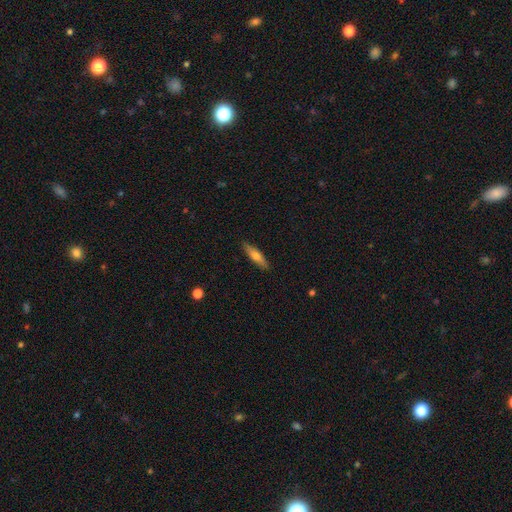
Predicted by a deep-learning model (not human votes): A smooth galaxy with no disk features (58%) that is cigar-shaped (76%).

Vote fractions:
- Smooth or featured? smooth: 58% / featured or disk: 36% / star or artifact: 6%
- How rounded? cigar-shaped: 76% / in between: 22% / round: 2%
- Merging? none: 89% / minor disturbance: 9% / major disturbance: 2% / merger: 1%